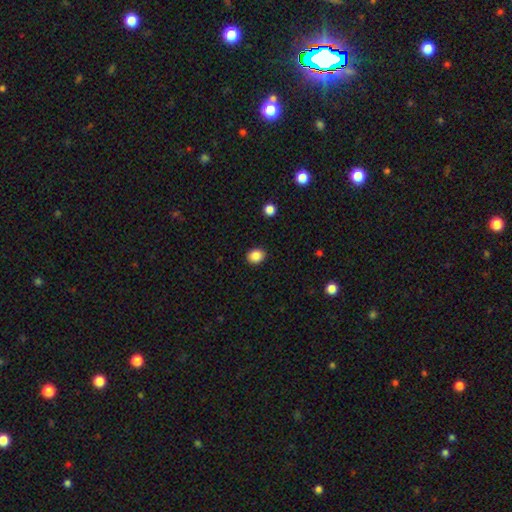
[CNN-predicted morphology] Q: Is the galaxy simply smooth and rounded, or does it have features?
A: smooth — 87%.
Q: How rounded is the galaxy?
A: round — 59%.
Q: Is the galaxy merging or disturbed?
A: none — 91%.